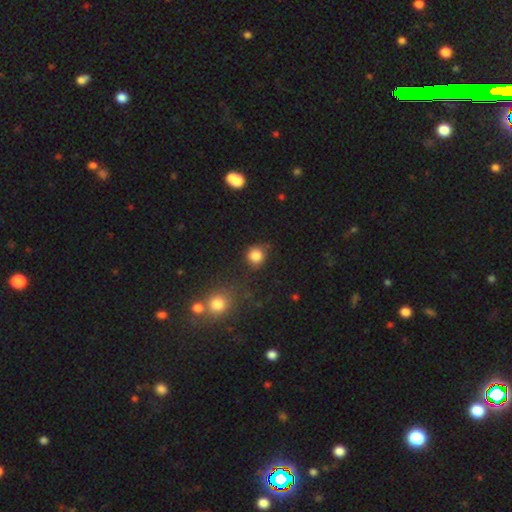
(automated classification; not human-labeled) This is clearly a smooth galaxy (84%). How rounded: clearly round (90%). Merging: likely none (74%).